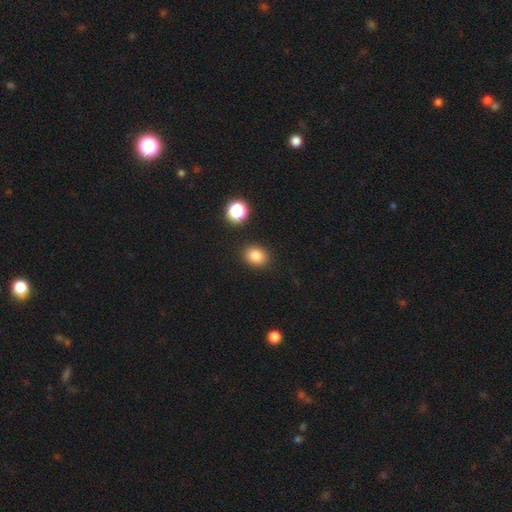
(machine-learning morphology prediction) Smooth or featured? smooth (83%)
How rounded? round (54%)
Merging? none (87%)